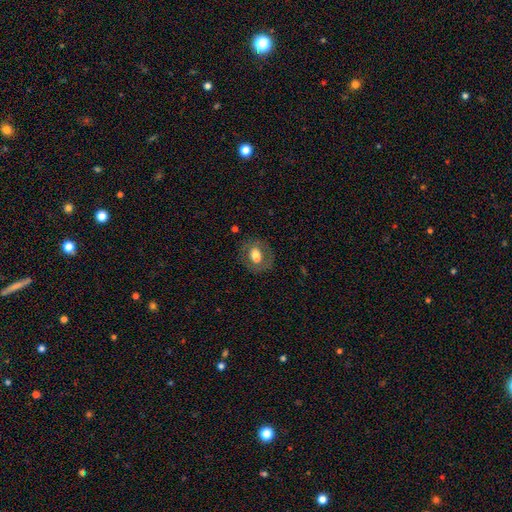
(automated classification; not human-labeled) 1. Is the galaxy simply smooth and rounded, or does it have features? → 65% smooth, 26% featured or disk, 9% star or artifact.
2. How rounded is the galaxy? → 59% in between, 40% round, 1% cigar-shaped.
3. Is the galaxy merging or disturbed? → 76% none, 15% minor disturbance, 8% major disturbance, 1% merger.